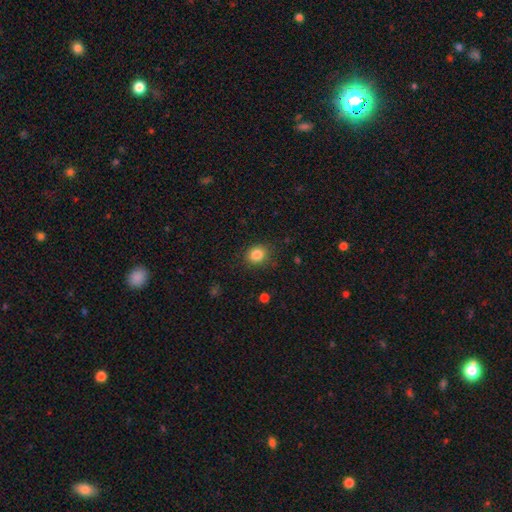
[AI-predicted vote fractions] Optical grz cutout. It shows a smooth galaxy with no disk features (85%) that is round (75%). Merging: none (85%).